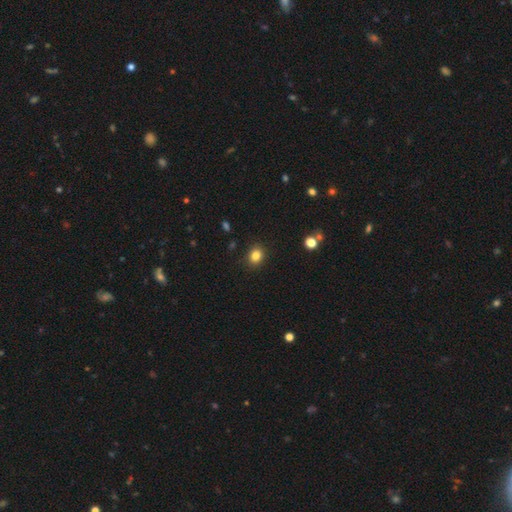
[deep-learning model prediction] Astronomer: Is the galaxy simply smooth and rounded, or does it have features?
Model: smooth — 84%.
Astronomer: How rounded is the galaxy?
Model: round — 62% (runner-up: in between, 38%).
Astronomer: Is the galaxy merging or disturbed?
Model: none — 88%.